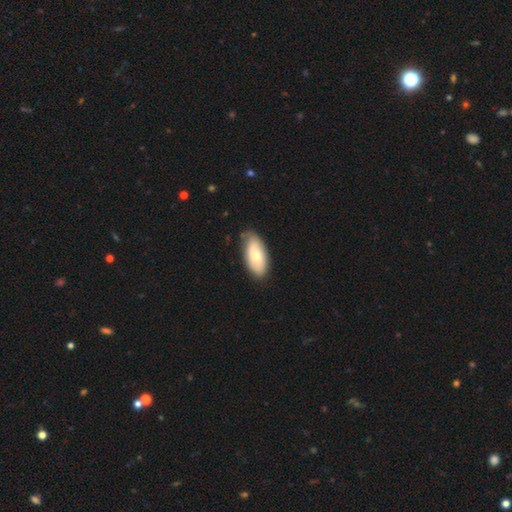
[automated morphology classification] Smooth or featured? Predicted: smooth (p=0.70). How rounded? Predicted: in between (p=0.92). Merging? Predicted: none (p=0.75).